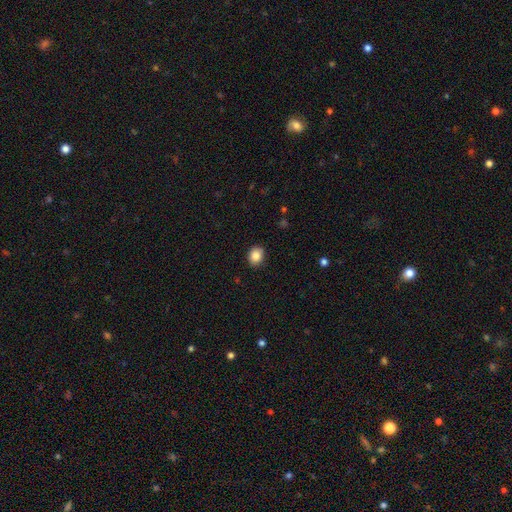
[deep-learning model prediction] Morphology: type=smooth (86%); roundness=round (55%); merging=none (90%).